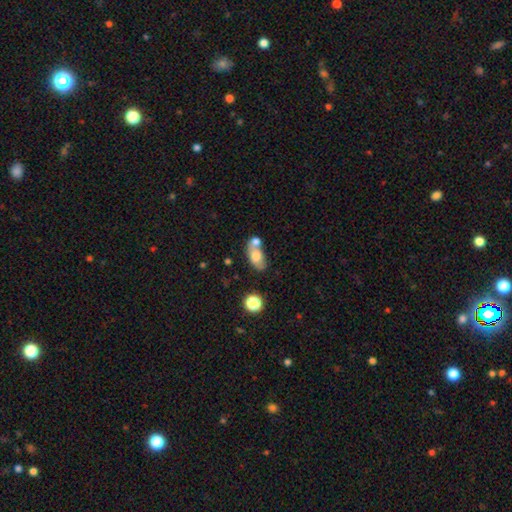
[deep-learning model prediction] The model was most divided on "merging": merger: 45%, none: 33%, minor disturbance: 14%, major disturbance: 7%. More confident: how rounded — in between (83%); smooth or featured — smooth (70%).